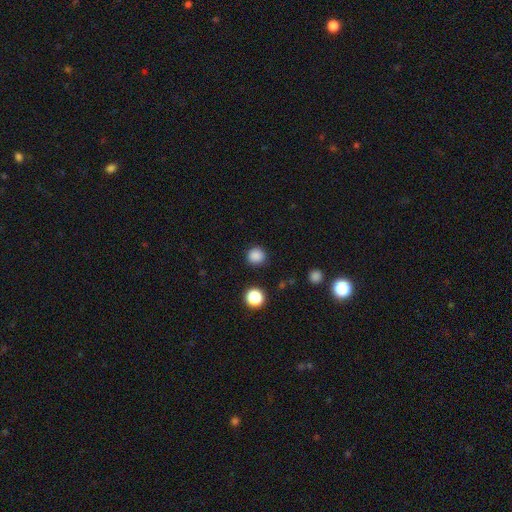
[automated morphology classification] Smooth or featured? smooth (85%)
How rounded? round (92%)
Merging? none (90%)